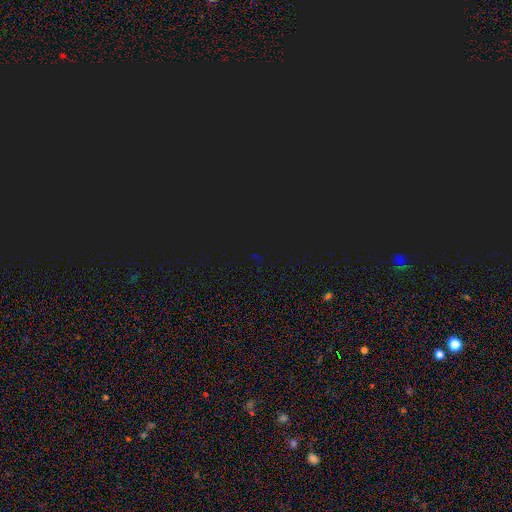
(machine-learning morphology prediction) Overall: star or artifact (81%).